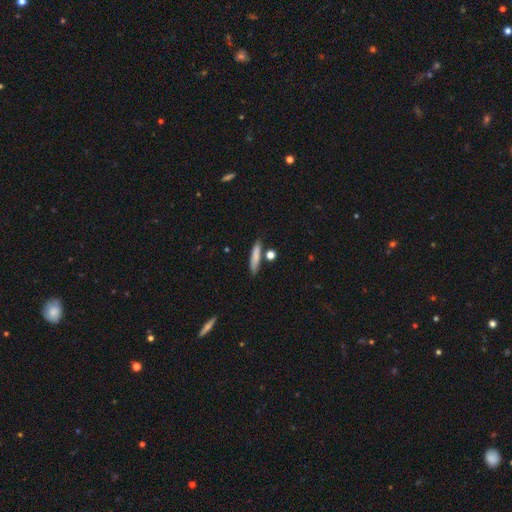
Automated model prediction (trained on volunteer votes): Smooth or featured?
  - smooth: 80% *
  - featured or disk: 13%
  - star or artifact: 7%
How rounded?
  - cigar-shaped: 83% *
  - in between: 14%
  - round: 3%
Merging?
  - none: 79% *
  - minor disturbance: 12%
  - merger: 6%
  - major disturbance: 3%